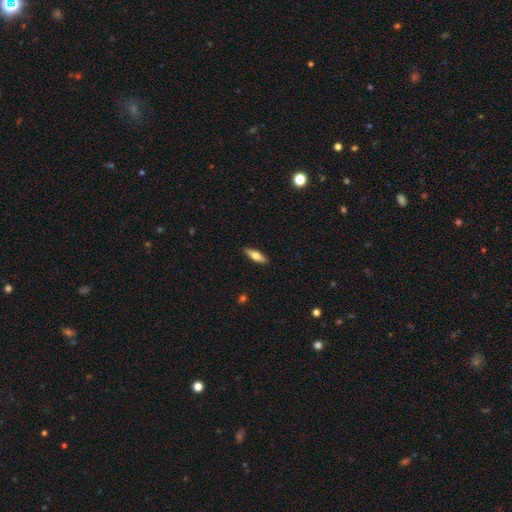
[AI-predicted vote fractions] Smooth or featured: smooth — 58% (featured or disk — 36%)
How rounded: cigar-shaped — 57% (in between — 41%)
Merging: none — 90% (minor disturbance — 7%)